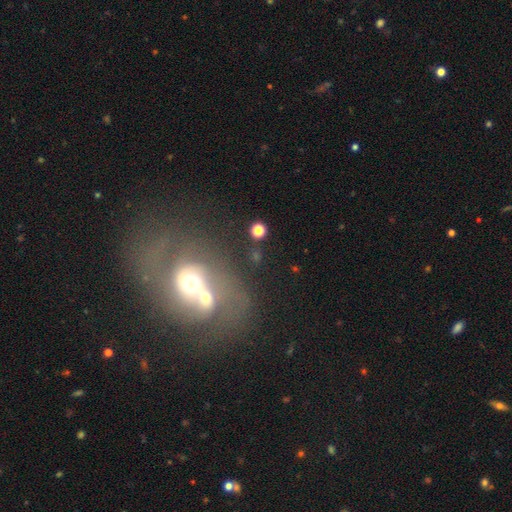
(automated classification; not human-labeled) This is possibly a featured or disk galaxy (50%). Merging: likely merger (60%).